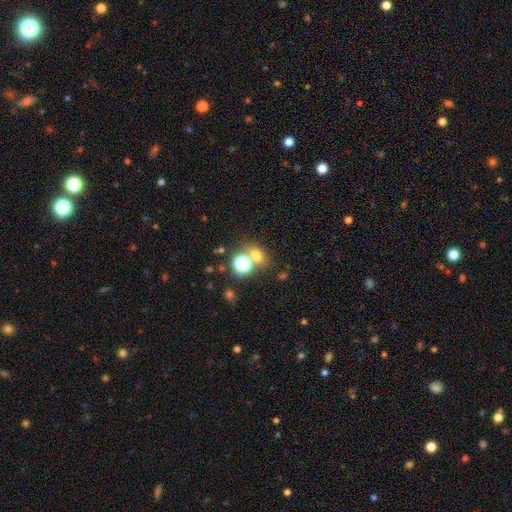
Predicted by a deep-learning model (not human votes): A smooth galaxy with no disk features (64%) that is round (58%).

Vote fractions:
- Smooth or featured? smooth: 64% / star or artifact: 26% / featured or disk: 9%
- How rounded? round: 58% / in between: 40% / cigar-shaped: 2%
- Merging? none: 61% / merger: 25% / minor disturbance: 9% / major disturbance: 5%